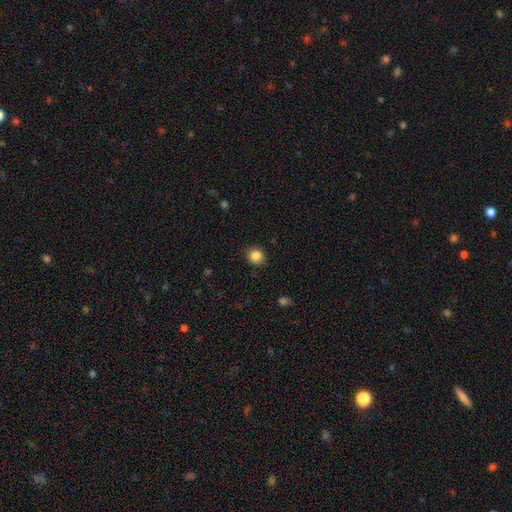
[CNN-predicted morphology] Overall: smooth (85%). How rounded: round (74%). Merging: none (86%).